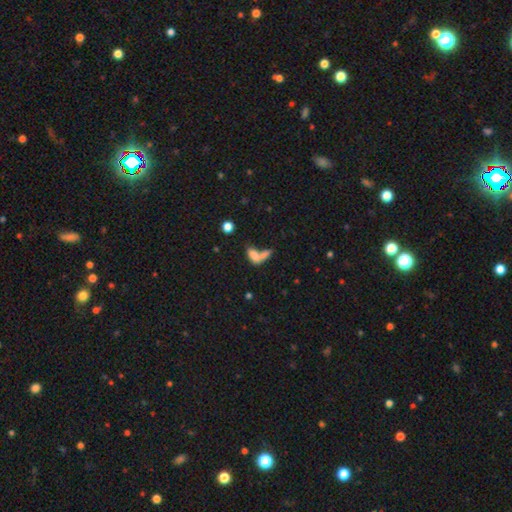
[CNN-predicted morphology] smooth-or-featured: smooth: 74% | featured or disk: 15% | star or artifact: 12%
  how-rounded: in between: 76% | cigar-shaped: 16% | round: 8%
  merging: merger: 59% | none: 25% | minor disturbance: 9% | major disturbance: 8%